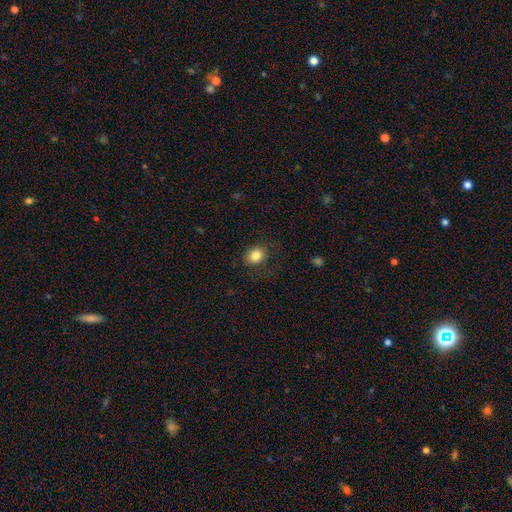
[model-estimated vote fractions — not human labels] Morphology: type=smooth (84%); roundness=round (52%); merging=none (80%).